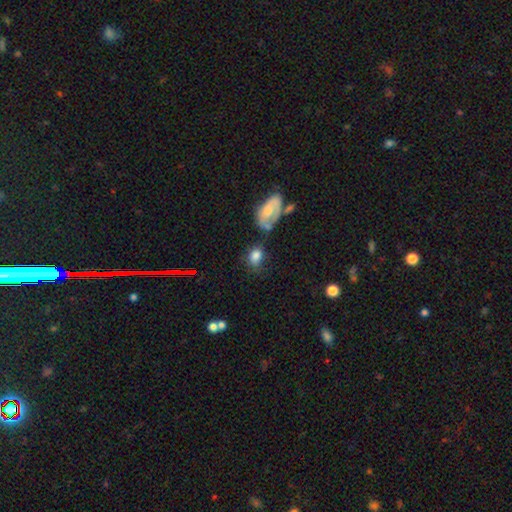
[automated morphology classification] smooth 74%, featured or disk 17%, star or artifact 9%. Down the decision tree: how rounded — in between (73%); merging — none (47%).